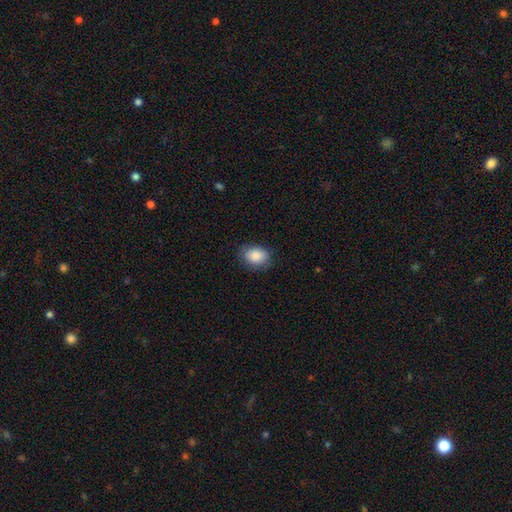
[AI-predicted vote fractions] Smooth or featured? smooth (88%)
How rounded? in between (70%)
Merging? none (82%)